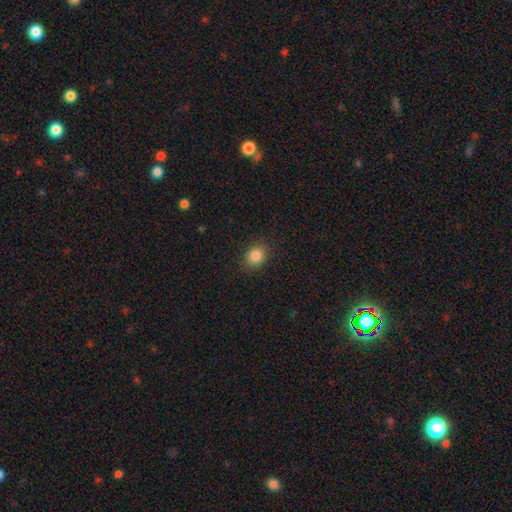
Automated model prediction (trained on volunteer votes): This appears to be a smooth galaxy with no disk features (85%) that is round (52%). Merging: none (88%).